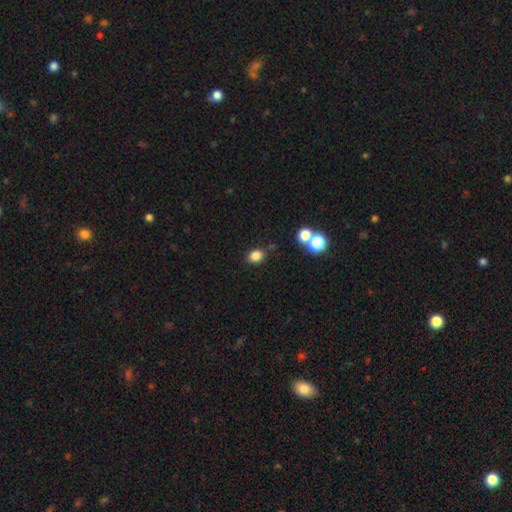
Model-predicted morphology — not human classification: smooth-or-featured: smooth: 82% | star or artifact: 12% | featured or disk: 5%
  how-rounded: in between: 63% | round: 36% | cigar-shaped: 1%
  merging: none: 81% | minor disturbance: 10% | merger: 6% | major disturbance: 3%